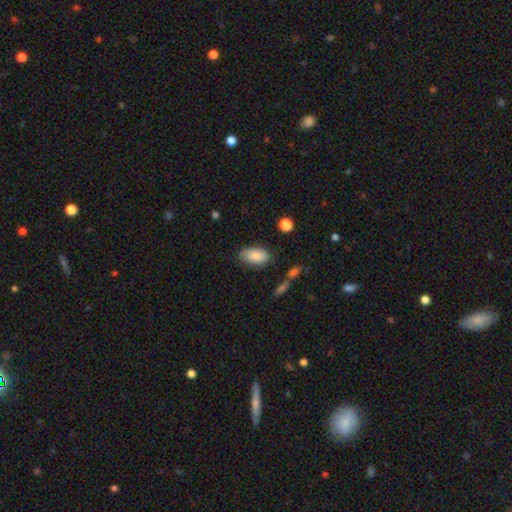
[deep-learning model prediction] smooth 85%, featured or disk 8%, star or artifact 7%. Down the decision tree: how rounded — in between (93%); merging — none (77%).